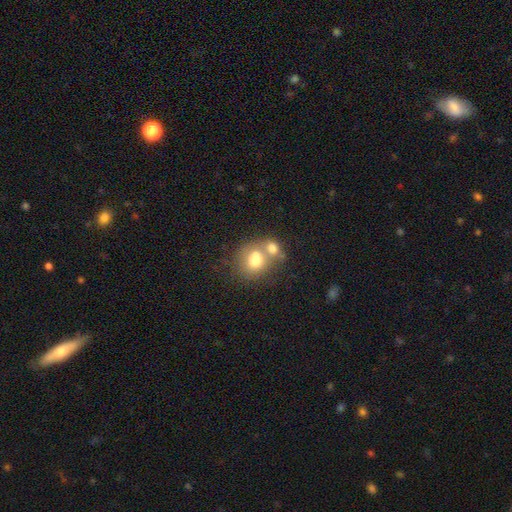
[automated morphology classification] This is likely a smooth galaxy (68%). How rounded: likely round (62%). Merging: possibly merger (60%).